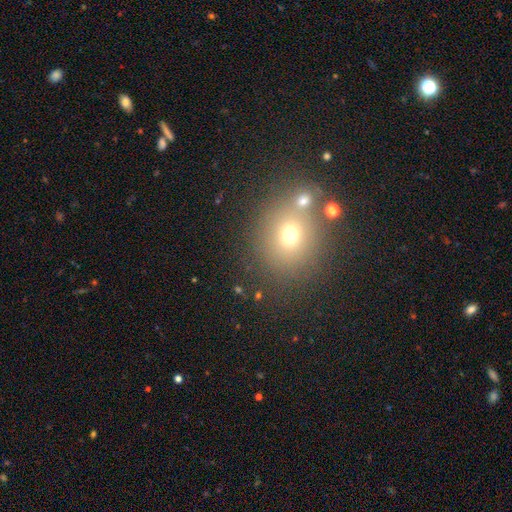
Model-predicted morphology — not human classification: Smooth or featured? smooth (61%)
How rounded? round (78%)
Merging? none (71%)